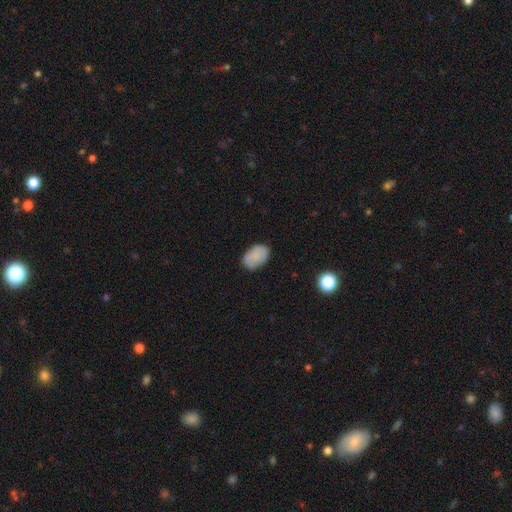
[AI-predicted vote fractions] A smooth galaxy with no disk features (82%) that is in between round and cigar-shaped (88%). Merging: none (80%).